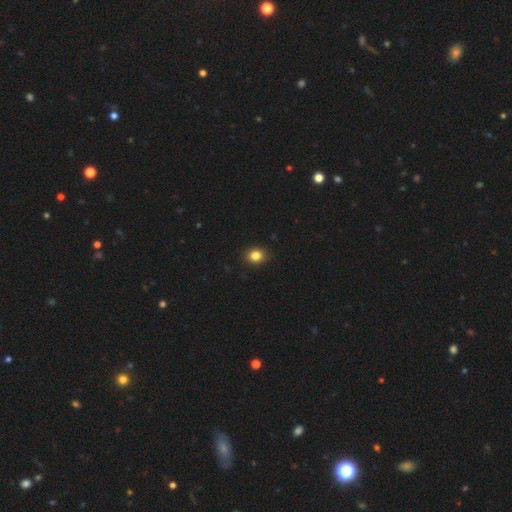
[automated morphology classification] Smooth or featured? Predicted: smooth (p=0.84). How rounded? Predicted: round (p=0.60). Merging? Predicted: none (p=0.90).